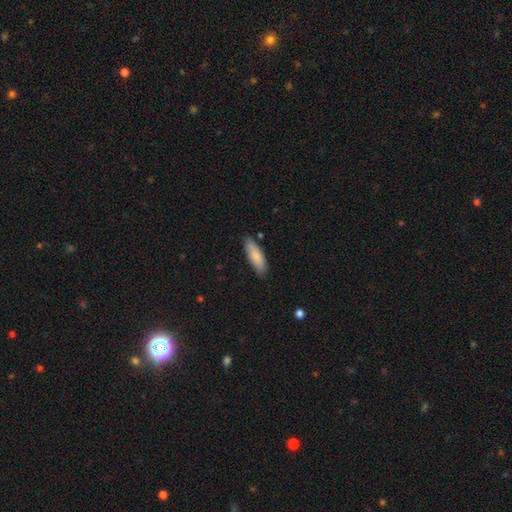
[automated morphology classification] This is clearly a smooth galaxy (82%). How rounded: possibly in between (50%). Merging: clearly none (83%).